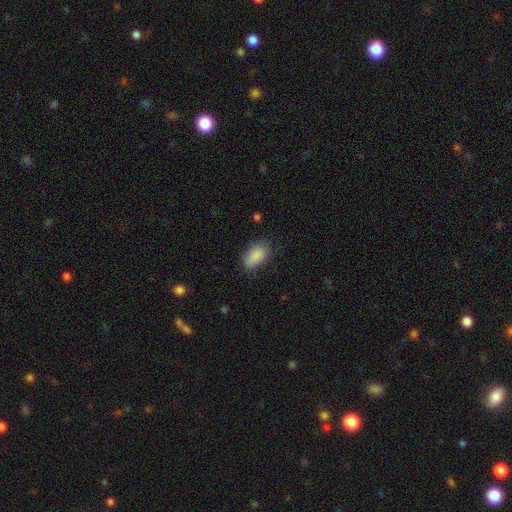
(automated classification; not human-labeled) Smooth or featured: smooth — 88% (star or artifact — 7%)
How rounded: in between — 92% (round — 5%)
Merging: none — 74% (minor disturbance — 20%)